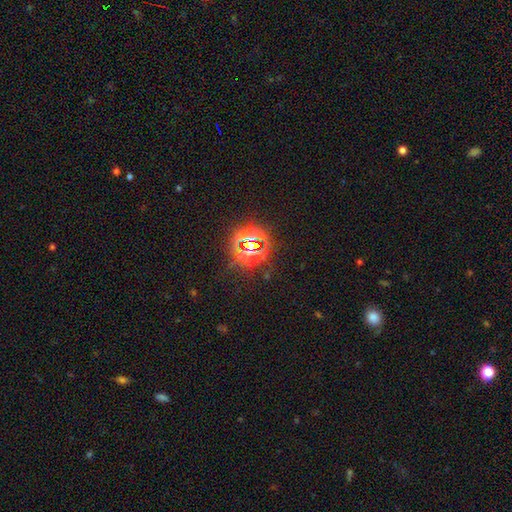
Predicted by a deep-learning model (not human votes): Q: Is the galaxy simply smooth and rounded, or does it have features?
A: star or artifact — 76%.